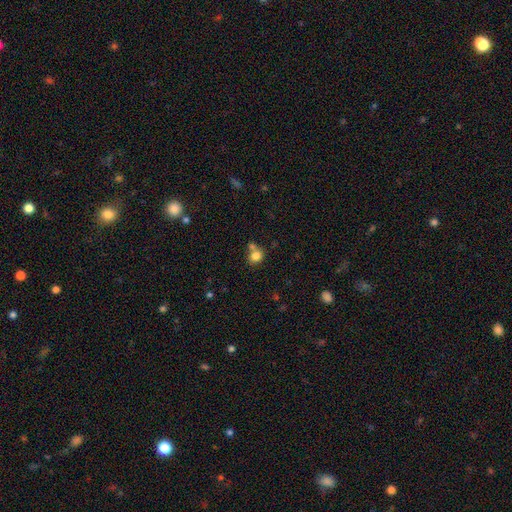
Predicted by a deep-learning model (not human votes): Overall: smooth (82%). How rounded: round (70%). Merging: none (54%; merger 31%).